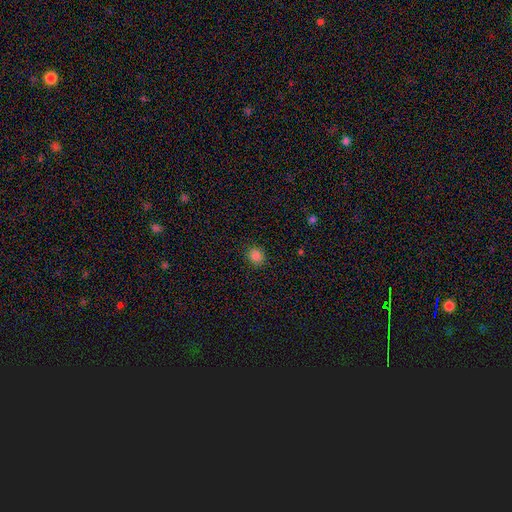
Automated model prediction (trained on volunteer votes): smooth_or_featured: smooth (p=0.84) [alt: star or artifact p=0.13]
how_rounded: round (p=0.80) [alt: in between p=0.20]
merging: none (p=0.90) [alt: minor disturbance p=0.07]